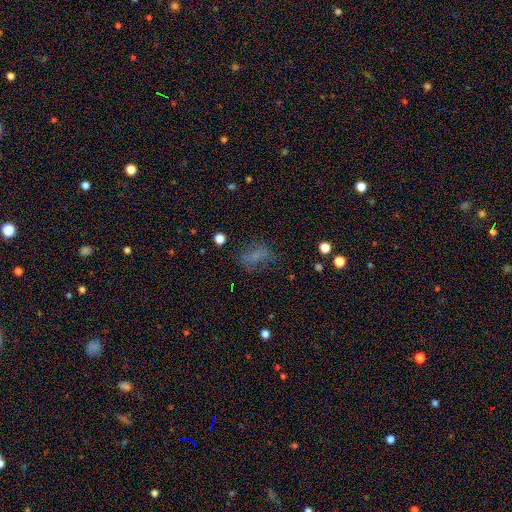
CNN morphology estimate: Smooth or featured?
  - smooth: 60% *
  - star or artifact: 22%
  - featured or disk: 18%
How rounded?
  - in between: 78% *
  - round: 15%
  - cigar-shaped: 7%
Merging?
  - none: 56% *
  - minor disturbance: 21%
  - major disturbance: 19%
  - merger: 3%